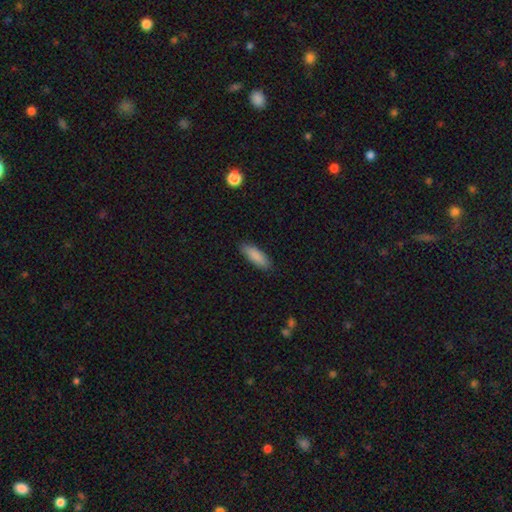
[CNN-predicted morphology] This appears to be a smooth galaxy with no disk features (88%) that is in between round and cigar-shaped (56%). Merging: none (87%).